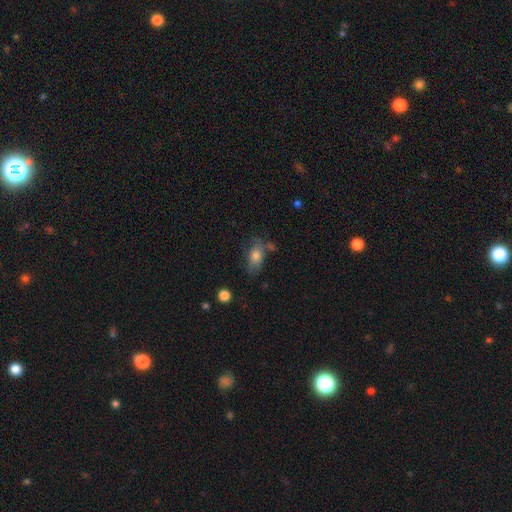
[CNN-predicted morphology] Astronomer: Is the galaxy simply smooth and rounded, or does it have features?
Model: smooth — 73%.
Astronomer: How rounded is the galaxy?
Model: in between — 85%.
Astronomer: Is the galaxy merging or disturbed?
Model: none — 52%.